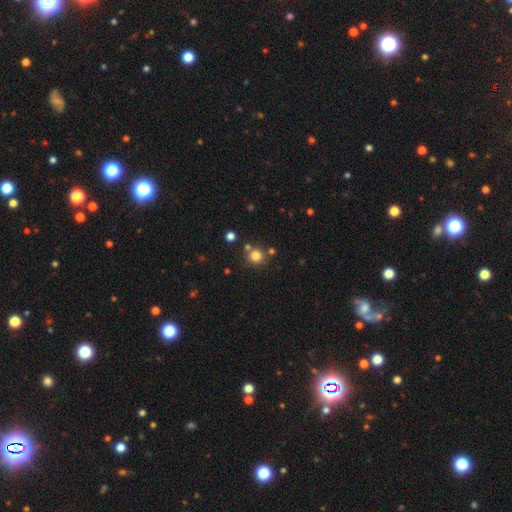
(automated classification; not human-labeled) A smooth galaxy with no disk features (80%) that is round (93%). Merging: none (77%).